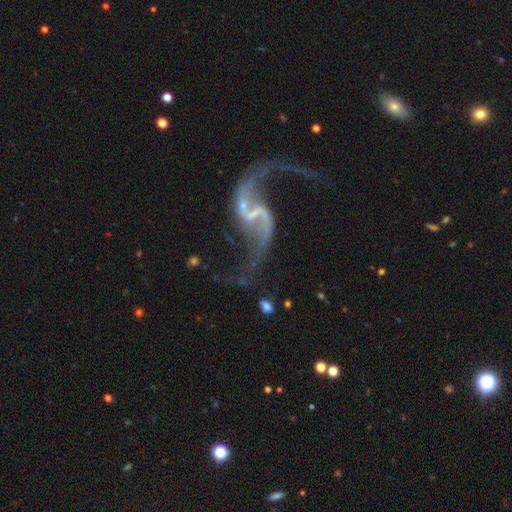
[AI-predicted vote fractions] smooth-or-featured: featured or disk: 92% | star or artifact: 6% | smooth: 3%
  disk-edge-on: no: 98% | yes: 2%
    bar: weak: 46% | no: 29% | strong: 25%
    has-spiral-arms: yes: 97% | no: 3%
      spiral-winding: loose: 87% | medium: 10% | tight: 3%
      spiral-arm-count: 2: 94% | 1: 2% | can't tell: 1% | 3: 1% | 4: 1% | more than 4: 1%
    bulge-size: small: 56% | none: 34% | moderate: 8% | large: 1% | dominant: 1%
  merging: none: 63% | major disturbance: 16% | minor disturbance: 15% | merger: 7%